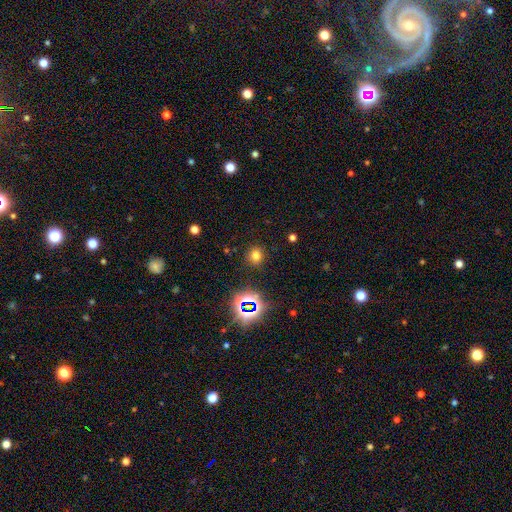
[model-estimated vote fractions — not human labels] Smooth or featured? smooth (68%)
How rounded? round (87%)
Merging? none (87%)